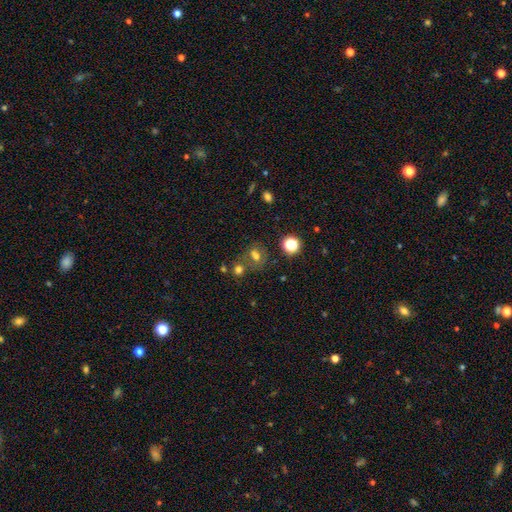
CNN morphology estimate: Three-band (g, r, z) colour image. It shows a smooth galaxy with no disk features (56%) that is round (49%). Merging: none (53%).